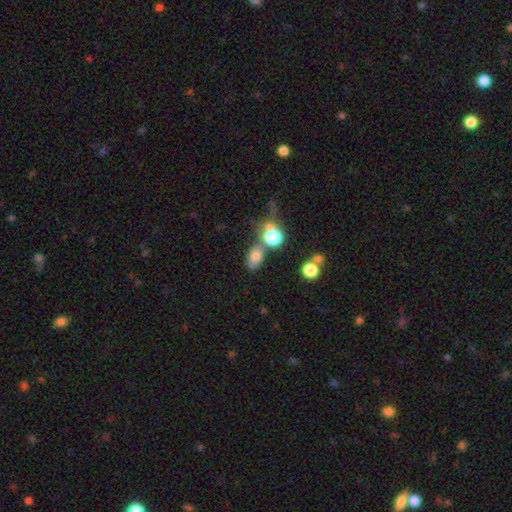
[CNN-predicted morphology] Smooth or featured? smooth (71%)
How rounded? in between (69%)
Merging? none (40%)